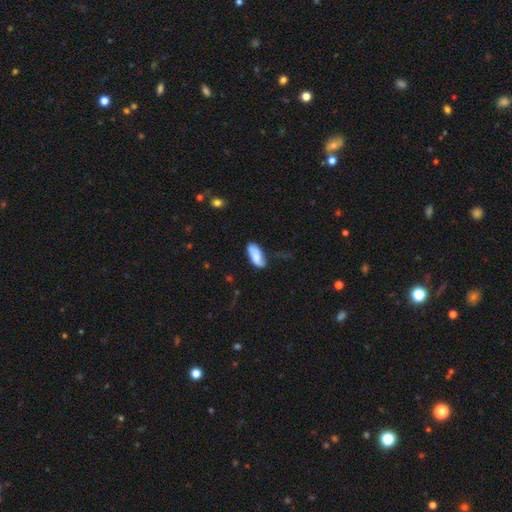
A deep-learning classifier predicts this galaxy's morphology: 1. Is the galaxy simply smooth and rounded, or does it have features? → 73% smooth, 20% featured or disk, 7% star or artifact.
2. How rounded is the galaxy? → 86% in between, 12% cigar-shaped, 2% round.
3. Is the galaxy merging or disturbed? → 63% none, 27% minor disturbance, 8% major disturbance, 3% merger.